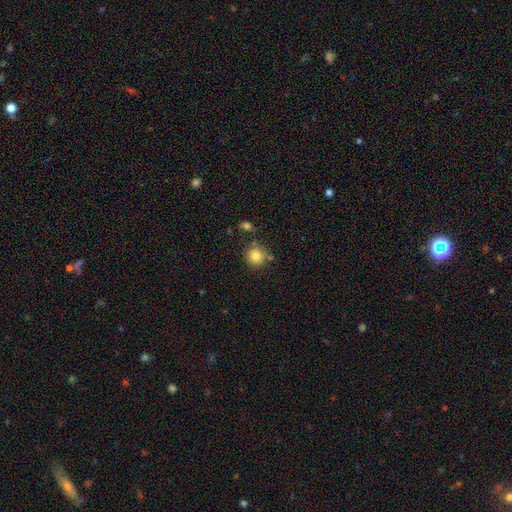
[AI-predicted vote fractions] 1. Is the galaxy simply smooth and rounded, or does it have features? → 83% smooth, 10% star or artifact, 7% featured or disk.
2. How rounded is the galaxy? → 93% round, 7% in between, 1% cigar-shaped.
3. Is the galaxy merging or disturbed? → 78% none, 11% minor disturbance, 8% merger, 3% major disturbance.